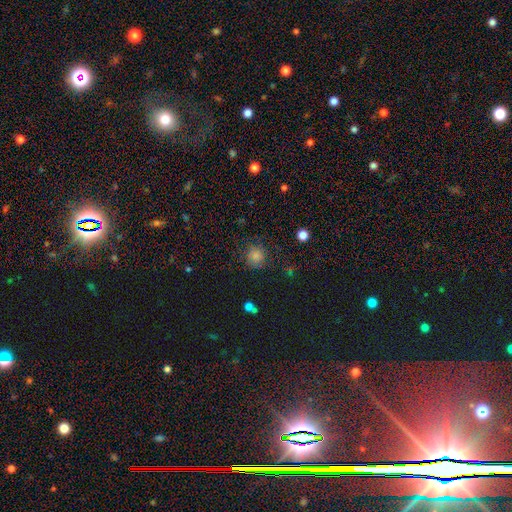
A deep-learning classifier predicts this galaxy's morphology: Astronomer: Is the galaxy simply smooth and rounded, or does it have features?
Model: smooth — 77%.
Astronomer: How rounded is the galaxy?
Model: round — 87%.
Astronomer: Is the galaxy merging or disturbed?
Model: none — 80%.